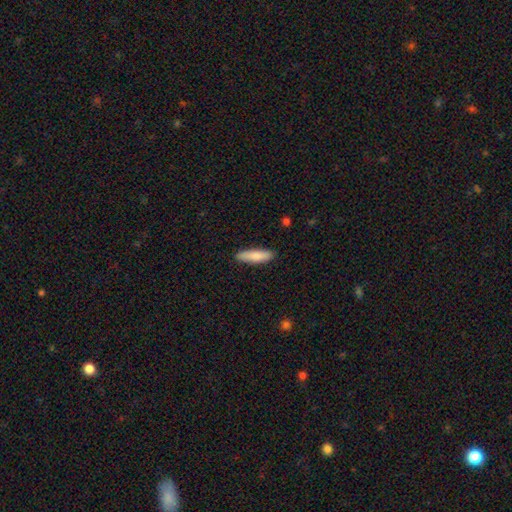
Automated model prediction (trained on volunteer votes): smooth 82%, featured or disk 12%, star or artifact 6%. Down the decision tree: how rounded — cigar-shaped (69%); merging — none (88%).